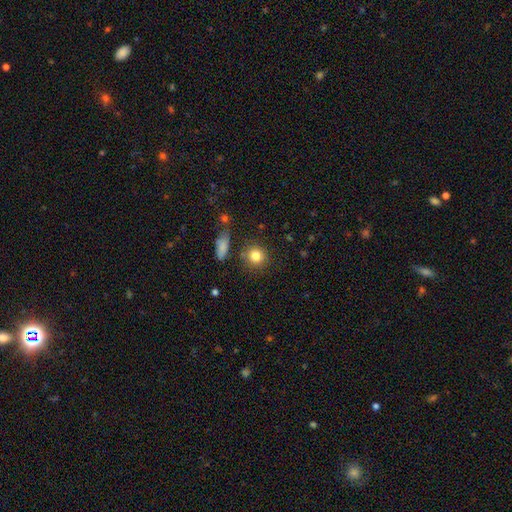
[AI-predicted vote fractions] Smooth or featured: smooth — 82% (star or artifact — 10%)
How rounded: round — 88% (in between — 11%)
Merging: none — 81% (minor disturbance — 10%)